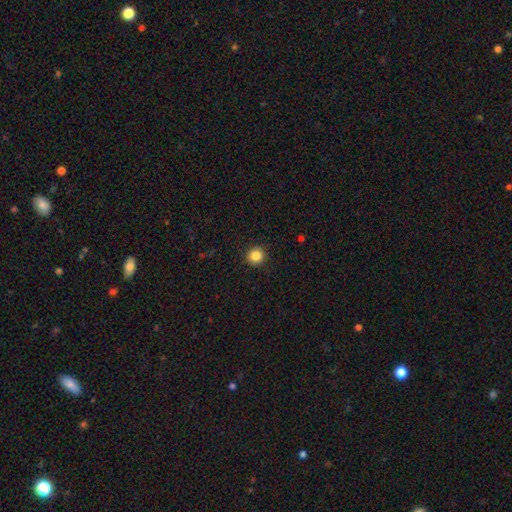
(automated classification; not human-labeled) Overall: smooth (85%). How rounded: round (94%). Merging: none (93%).